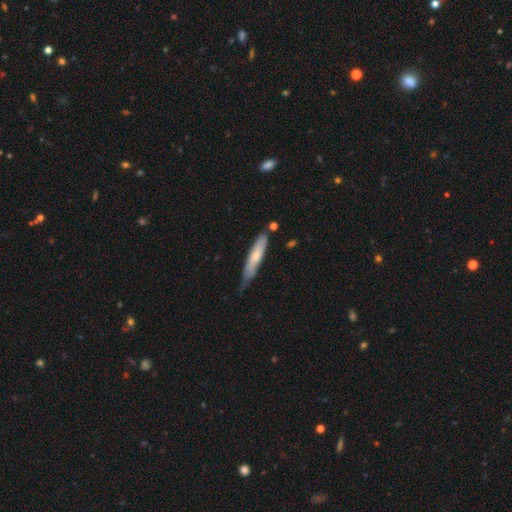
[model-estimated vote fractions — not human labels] Overall: smooth (64%; featured or disk 30%). How rounded: cigar-shaped (85%). Merging: none (56%; minor disturbance 32%).